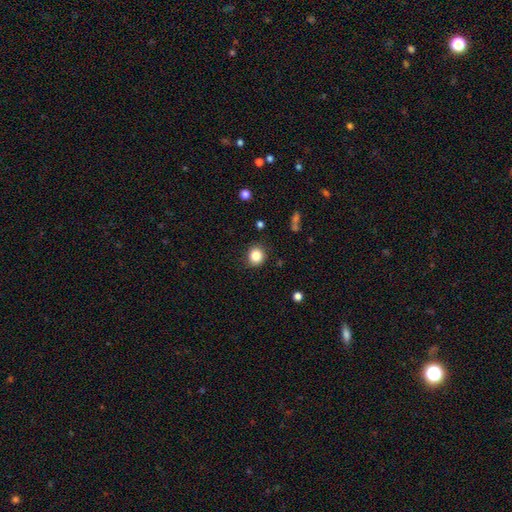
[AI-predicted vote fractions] Morphology: type=smooth (84%); roundness=round (84%); merging=none (87%).